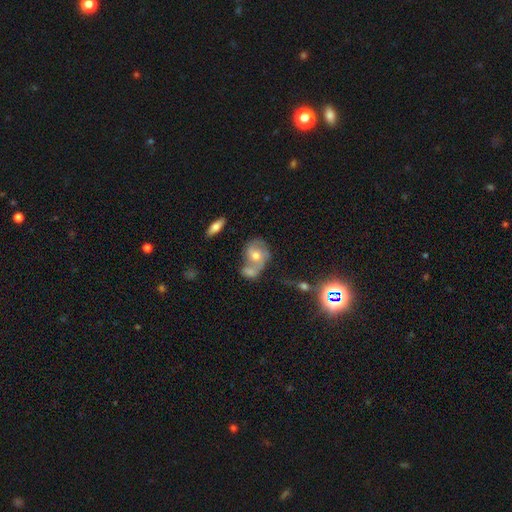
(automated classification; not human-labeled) Smooth or featured: featured or disk — 53% (smooth — 35%)
Edge-on disk: no — 94% (yes — 6%)
Bar: no — 65% (weak — 28%)
Spiral arms: yes — 69% (no — 31%)
Bulge size: moderate — 68% (small — 23%)
Merging: merger — 48% (none — 31%)